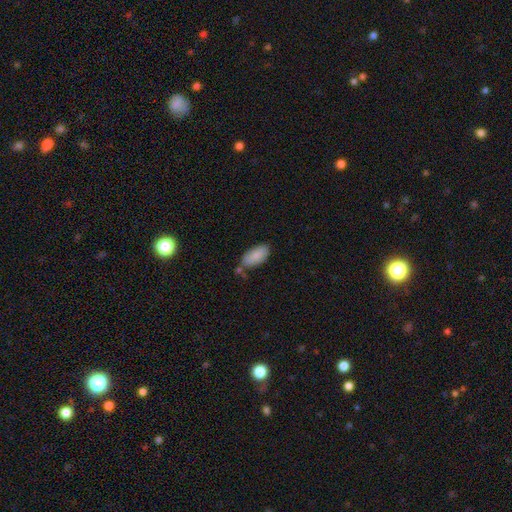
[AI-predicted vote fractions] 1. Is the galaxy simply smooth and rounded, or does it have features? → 84% smooth, 9% featured or disk, 7% star or artifact.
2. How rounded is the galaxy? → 92% in between, 6% cigar-shaped, 2% round.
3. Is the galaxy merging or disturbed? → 65% none, 21% minor disturbance, 10% merger, 4% major disturbance.